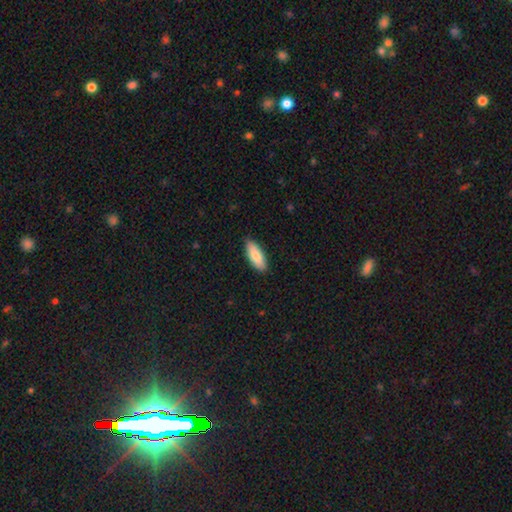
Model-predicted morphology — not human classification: A smooth galaxy with no disk features (83%) that is in between round and cigar-shaped (72%). Merging: none (88%).